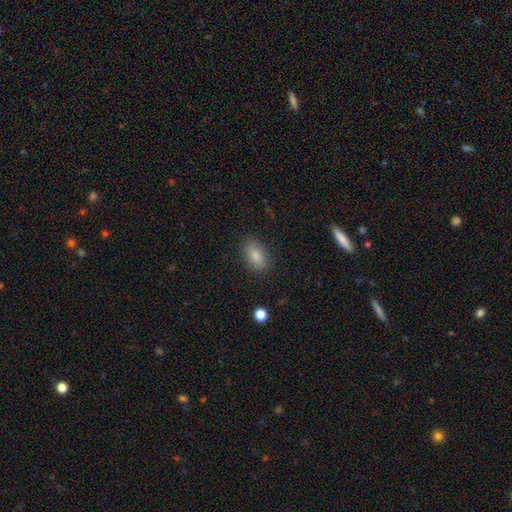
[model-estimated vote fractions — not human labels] The model was most divided on "smooth or featured": smooth: 82%, featured or disk: 9%, star or artifact: 8%. More confident: how rounded — in between (88%); merging — none (86%).